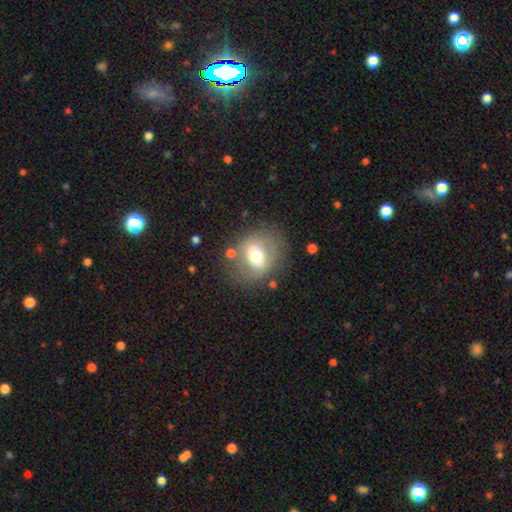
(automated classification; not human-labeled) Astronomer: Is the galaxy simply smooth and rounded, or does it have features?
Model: smooth — 48% (runner-up: featured or disk, 43%).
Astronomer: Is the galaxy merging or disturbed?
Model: none — 70%.